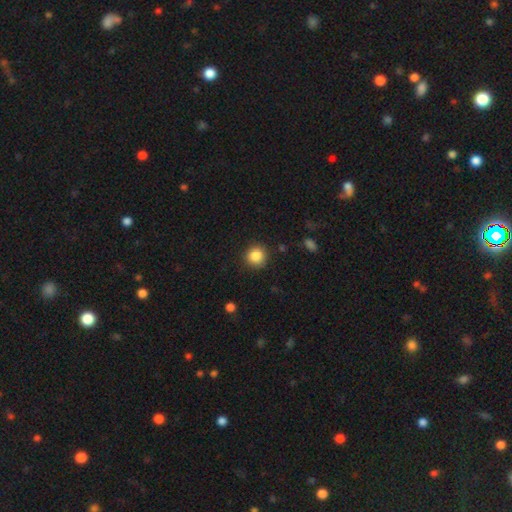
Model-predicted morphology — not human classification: smooth 86%, star or artifact 10%, featured or disk 4%. Down the decision tree: how rounded — round (91%); merging — none (88%).